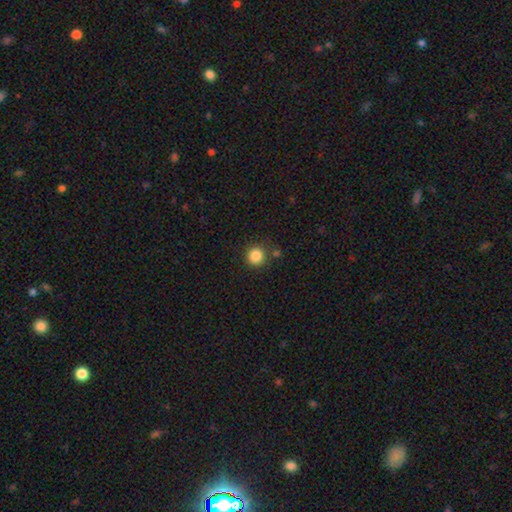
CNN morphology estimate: Smooth or featured? Predicted: smooth (p=0.86). How rounded? Predicted: round (p=0.94). Merging? Predicted: none (p=0.83).